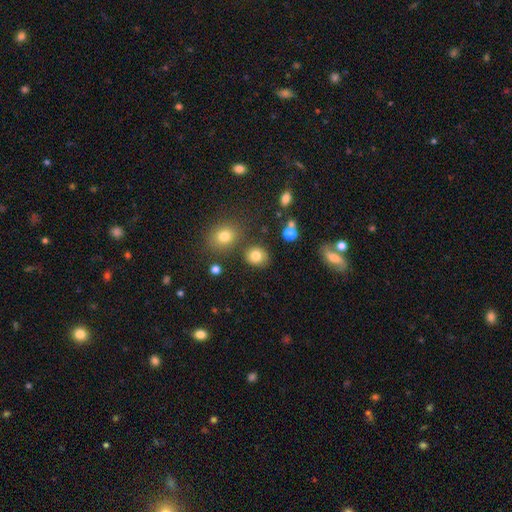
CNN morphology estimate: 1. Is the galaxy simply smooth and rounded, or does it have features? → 81% smooth, 12% star or artifact, 8% featured or disk.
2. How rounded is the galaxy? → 71% round, 28% in between, 1% cigar-shaped.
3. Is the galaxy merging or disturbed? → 81% none, 10% minor disturbance, 5% merger, 3% major disturbance.